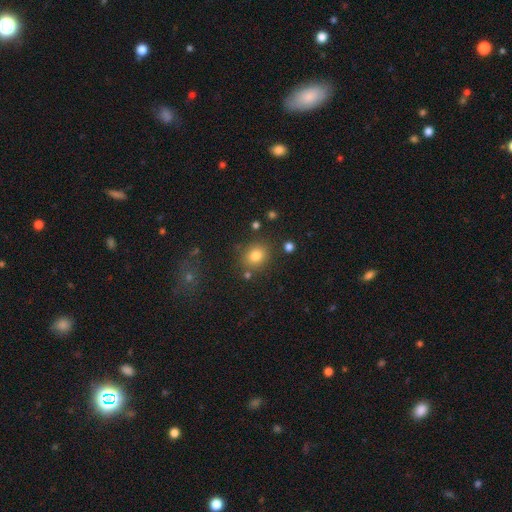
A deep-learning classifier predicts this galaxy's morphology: smooth-or-featured: smooth: 80% | star or artifact: 13% | featured or disk: 7%
  how-rounded: round: 63% | in between: 36% | cigar-shaped: 1%
  merging: none: 80% | minor disturbance: 11% | merger: 6% | major disturbance: 4%